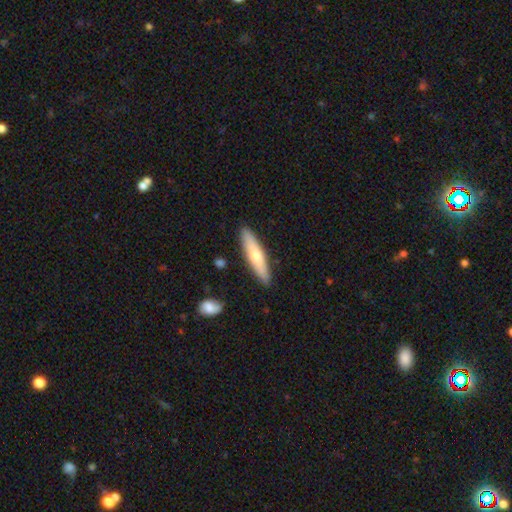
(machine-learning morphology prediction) Q: Smooth or featured?
A: smooth (62%); runner-up: featured or disk (33%)
Q: How rounded?
A: cigar-shaped (82%); runner-up: in between (17%)
Q: Merging?
A: none (89%); runner-up: minor disturbance (8%)